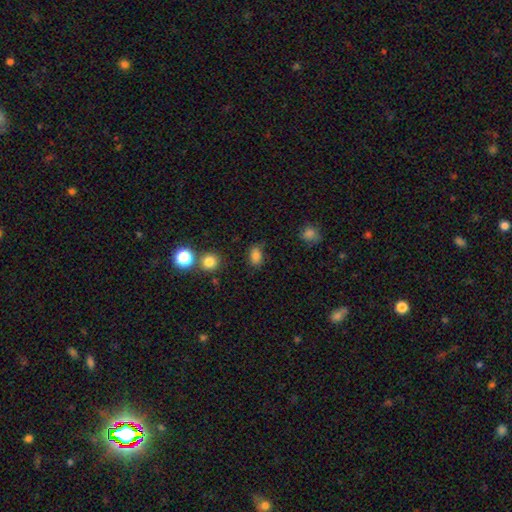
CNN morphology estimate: smooth_or_featured: smooth (p=0.82) [alt: star or artifact p=0.12]
how_rounded: in between (p=0.78) [alt: round p=0.20]
merging: none (p=0.75) [alt: minor disturbance p=0.17]